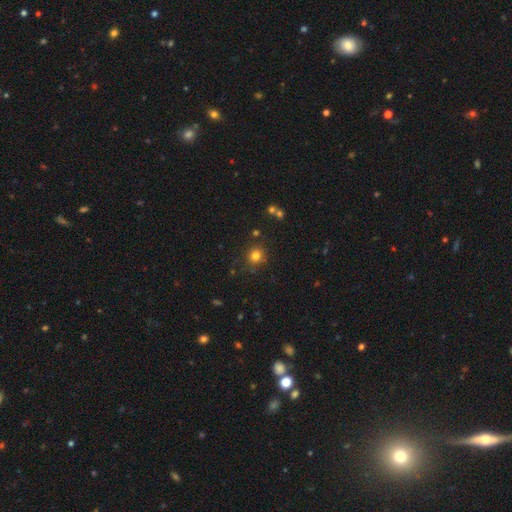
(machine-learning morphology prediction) Smooth or featured: smooth — 80% (star or artifact — 15%)
How rounded: round — 87% (in between — 12%)
Merging: none — 84% (minor disturbance — 9%)